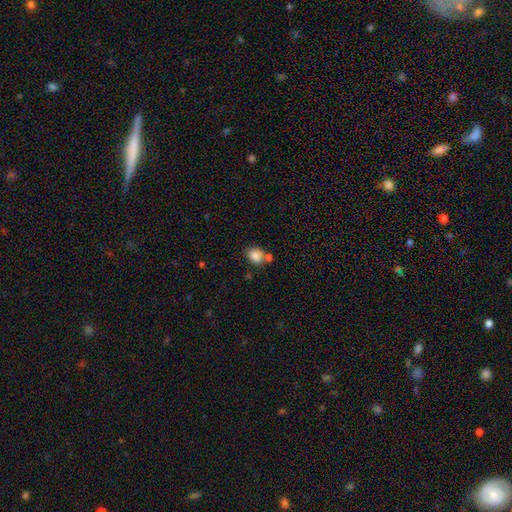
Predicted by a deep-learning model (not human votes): A smooth galaxy with no disk features (85%) that is round (61%). Merging: none (62%).